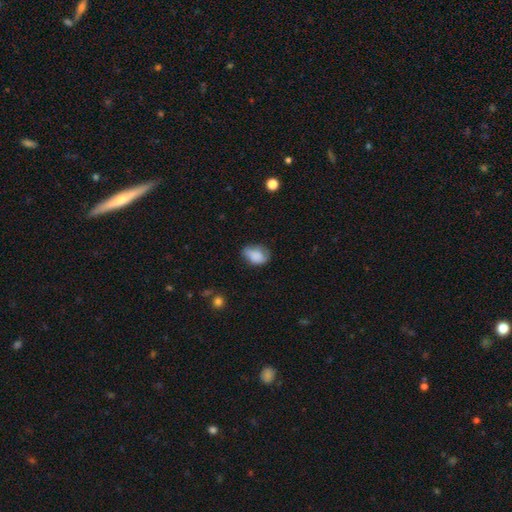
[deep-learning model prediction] Smooth or featured: smooth — 76% (featured or disk — 15%)
How rounded: in between — 80% (round — 19%)
Merging: none — 46% (minor disturbance — 37%)